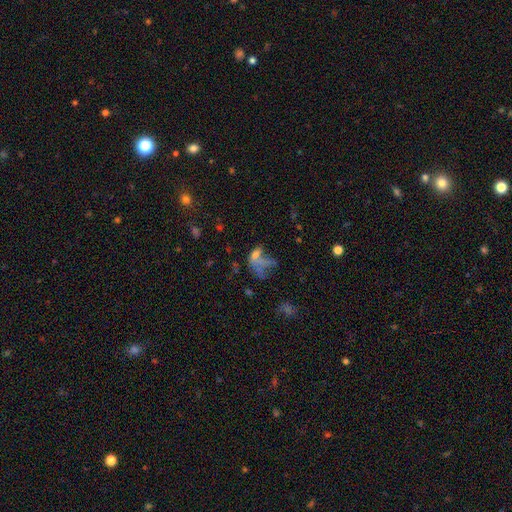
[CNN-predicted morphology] This appears to be a smooth galaxy with no disk features (47%). Merging: major disturbance (37%).